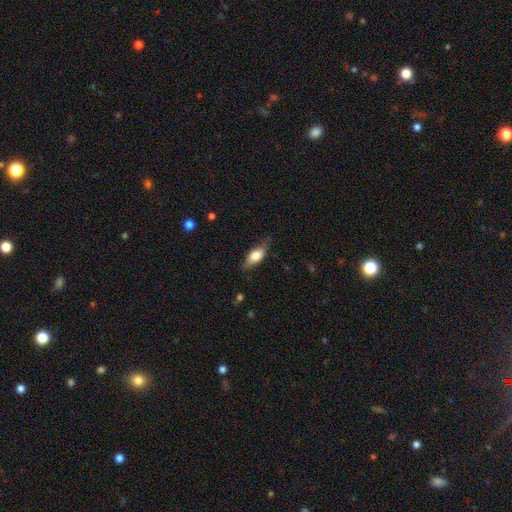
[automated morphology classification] This is likely a smooth galaxy (71%). How rounded: clearly in between (81%). Merging: likely none (67%).